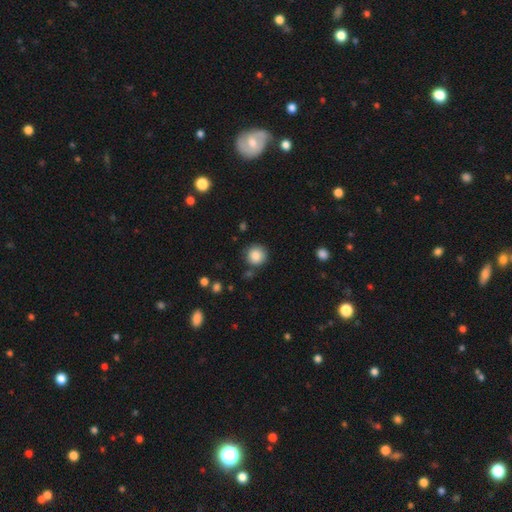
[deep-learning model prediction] A smooth galaxy with no disk features (86%) that is round (94%). Merging: none (84%).